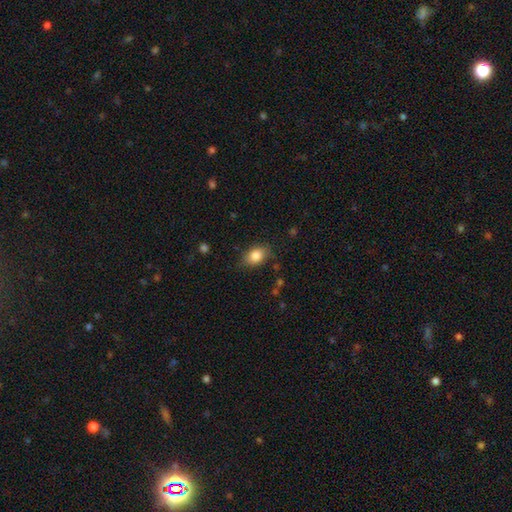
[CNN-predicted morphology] Q: Smooth or featured?
A: smooth (84%); runner-up: star or artifact (8%)
Q: How rounded?
A: in between (75%); runner-up: round (23%)
Q: Merging?
A: none (78%); runner-up: minor disturbance (17%)